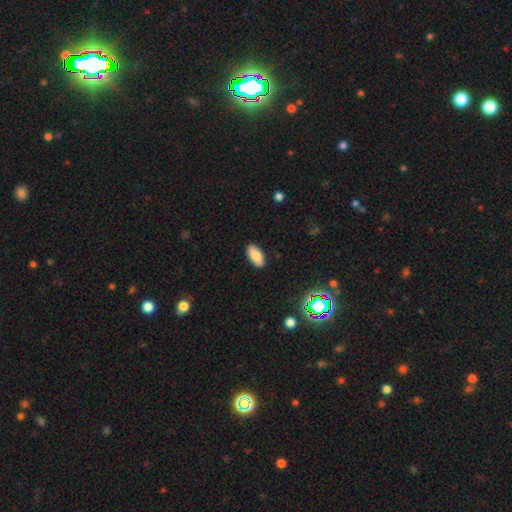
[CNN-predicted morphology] Q: Smooth or featured?
A: smooth (84%); runner-up: featured or disk (8%)
Q: How rounded?
A: in between (90%); runner-up: cigar-shaped (8%)
Q: Merging?
A: none (89%); runner-up: minor disturbance (9%)